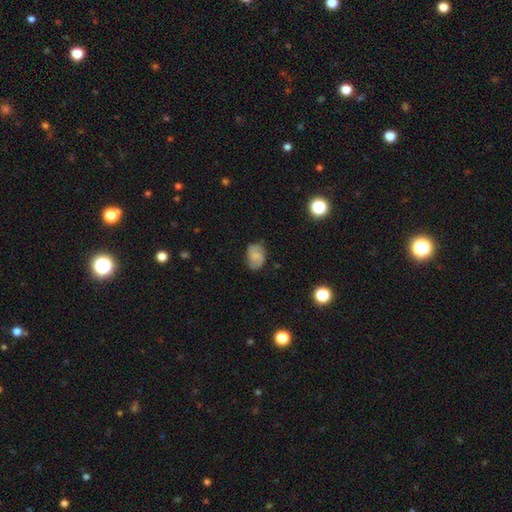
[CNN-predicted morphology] Q: Smooth or featured?
A: smooth (51%); runner-up: featured or disk (39%)
Q: How rounded?
A: in between (70%); runner-up: round (28%)
Q: Merging?
A: none (72%); runner-up: minor disturbance (21%)